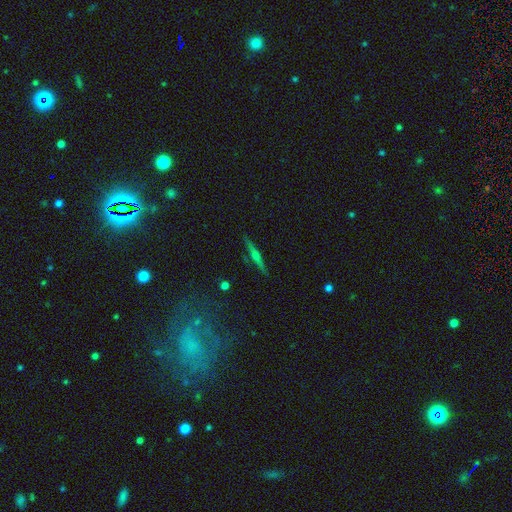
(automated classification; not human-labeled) smooth-or-featured: featured or disk: 58% | smooth: 32% | star or artifact: 9%
  disk-edge-on: yes: 97% | no: 3%
    edge-on-bulge: rounded: 63% | none: 23% | boxy: 14%
  merging: none: 89% | minor disturbance: 8% | major disturbance: 2% | merger: 2%